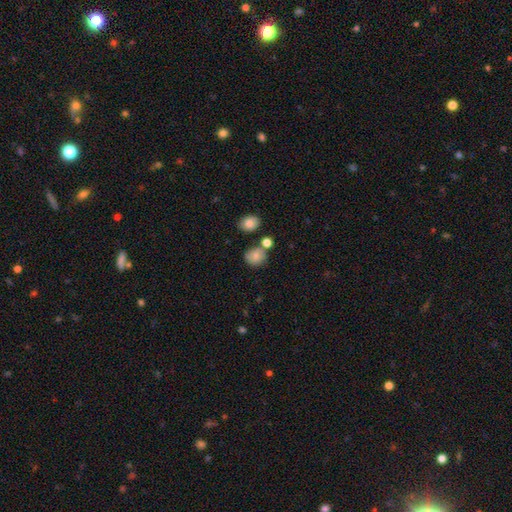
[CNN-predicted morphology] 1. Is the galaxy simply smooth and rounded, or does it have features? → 80% smooth, 10% featured or disk, 10% star or artifact.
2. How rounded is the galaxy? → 76% round, 23% in between, 1% cigar-shaped.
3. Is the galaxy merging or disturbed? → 61% none, 19% merger, 16% minor disturbance, 5% major disturbance.